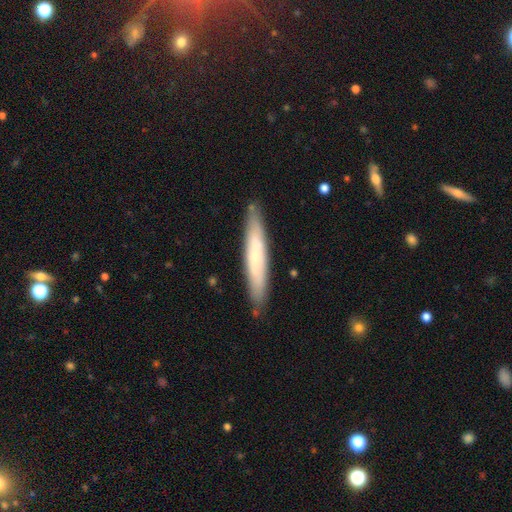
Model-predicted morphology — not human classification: Smooth or featured?
  - smooth: 54% *
  - featured or disk: 40%
  - star or artifact: 6%
How rounded?
  - cigar-shaped: 92% *
  - in between: 7%
  - round: 1%
Merging?
  - none: 86% *
  - minor disturbance: 10%
  - major disturbance: 2%
  - merger: 1%